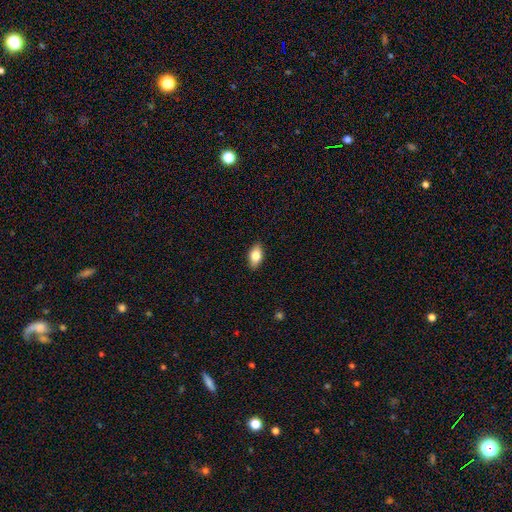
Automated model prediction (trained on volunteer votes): smooth_or_featured: smooth (p=0.78) [alt: featured or disk p=0.14]
how_rounded: in between (p=0.88) [alt: round p=0.07]
merging: none (p=0.87) [alt: minor disturbance p=0.10]